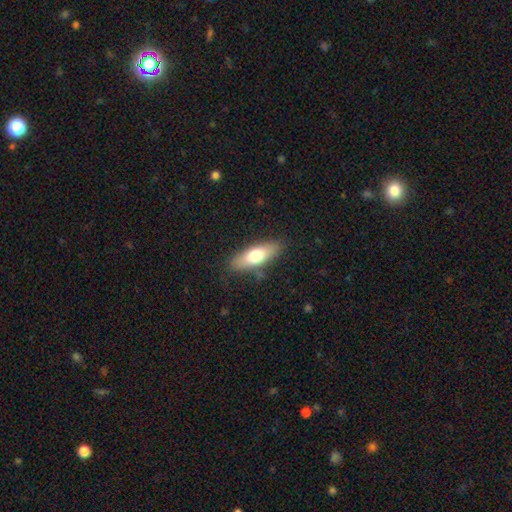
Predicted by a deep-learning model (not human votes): smooth_or_featured: smooth (p=0.68) [alt: featured or disk p=0.25]
how_rounded: in between (p=0.60) [alt: cigar-shaped p=0.37]
merging: none (p=0.83) [alt: minor disturbance p=0.13]